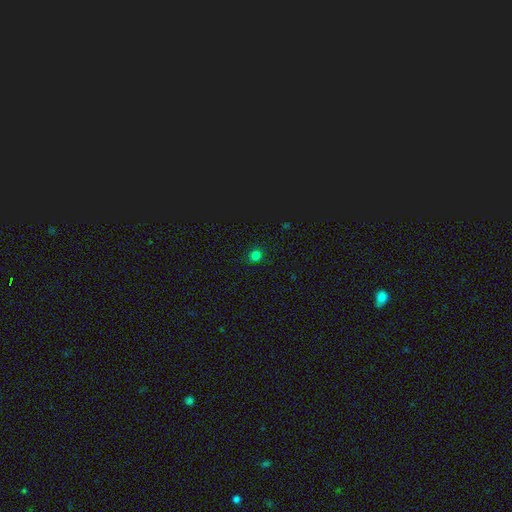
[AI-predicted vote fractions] The model was most divided on "smooth or featured": smooth: 77%, star or artifact: 20%, featured or disk: 3%. More confident: merging — none (87%); how rounded — round (84%).